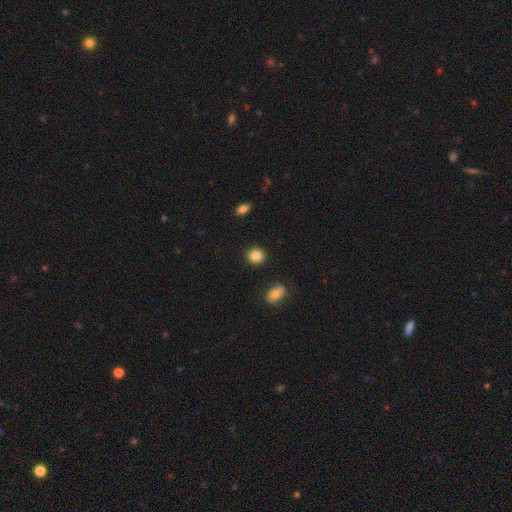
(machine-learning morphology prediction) Smooth or featured: smooth — 86% (star or artifact — 9%)
How rounded: round — 82% (in between — 17%)
Merging: none — 90% (minor disturbance — 6%)